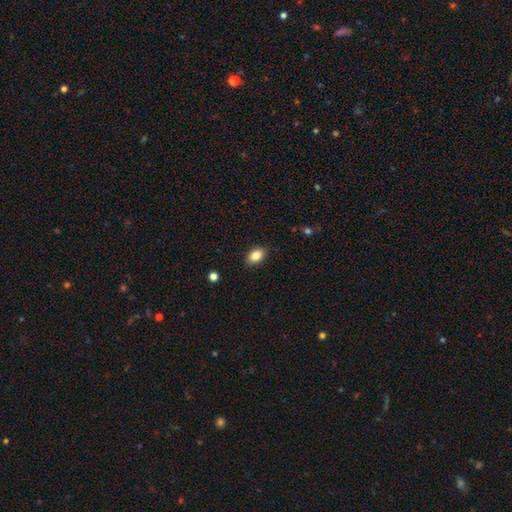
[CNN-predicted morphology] Smooth or featured? smooth (84%)
How rounded? in between (87%)
Merging? none (88%)